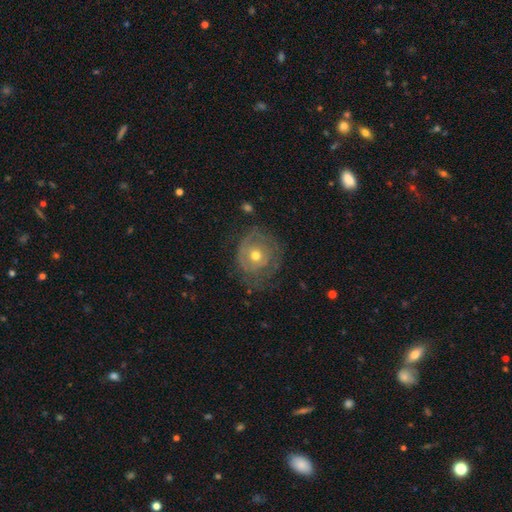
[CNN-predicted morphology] smooth_or_featured: featured or disk (p=0.62) [alt: smooth p=0.30]
disk_edge_on: no (p=0.96) [alt: yes p=0.04]
bar: no (p=0.85) [alt: weak p=0.13]
has_spiral_arms: yes (p=0.56) [alt: no p=0.44]
bulge_size: moderate (p=0.70) [alt: small p=0.25]
merging: none (p=0.57) [alt: minor disturbance p=0.24]